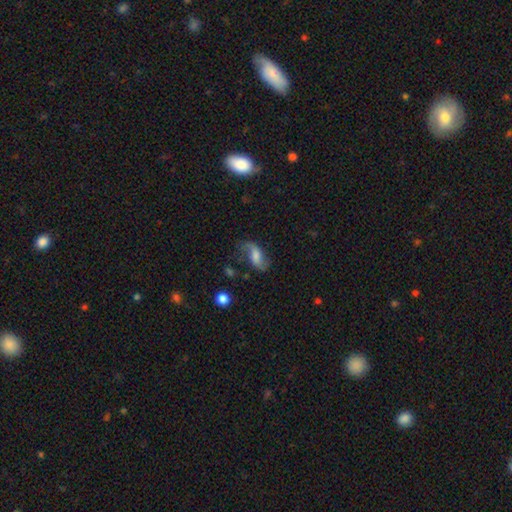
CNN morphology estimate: A featured or disk galaxy (55%) with no bar (41%, tied with weak), spiral arms (88%) and a moderate central bulge (35%).

Vote fractions:
- Smooth or featured? featured or disk: 55% / smooth: 36% / star or artifact: 8%
- Edge-on disk? no: 93% / yes: 7%
- Bar? no: 41% (tied) / weak: 41% (tied) / strong: 18%
- Spiral arms? yes: 88% / no: 12%
- Bulge size? moderate: 35% / small: 25% / none: 19% / large: 17% / dominant: 3%
- Merging? none: 61% / minor disturbance: 23% / major disturbance: 13% / merger: 3%